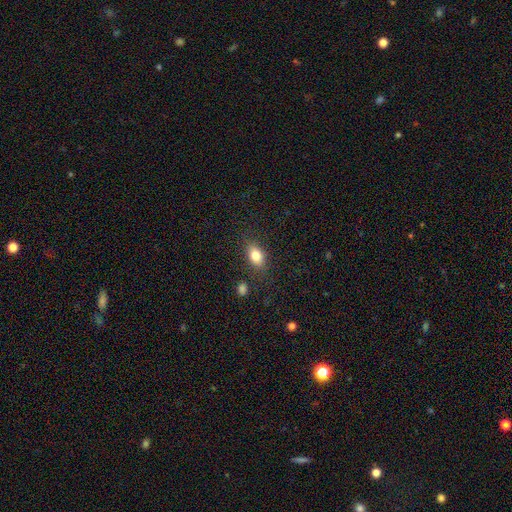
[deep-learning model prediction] The model was most divided on "how rounded": in between: 81%, round: 16%, cigar-shaped: 4%. More confident: merging — none (81%); smooth or featured — smooth (81%).